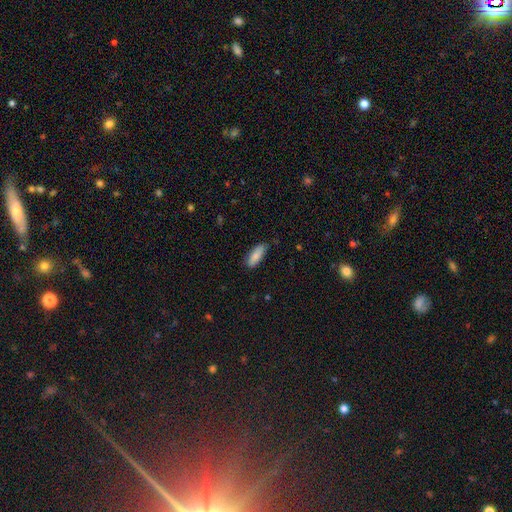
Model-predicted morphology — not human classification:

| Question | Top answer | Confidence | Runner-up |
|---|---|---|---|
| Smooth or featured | smooth | 83% | featured or disk (11%) |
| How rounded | in between | 66% | cigar-shaped (32%) |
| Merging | none | 80% | minor disturbance (16%) |